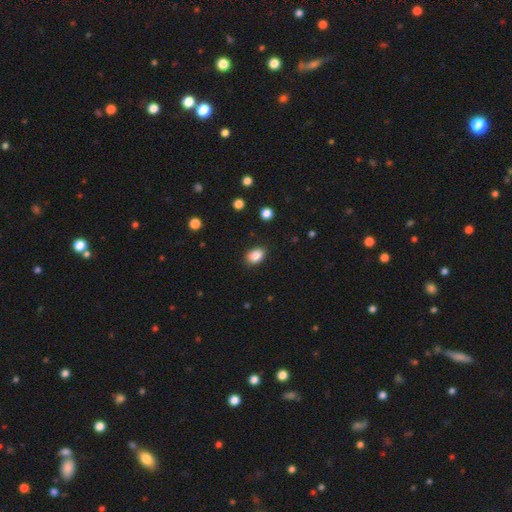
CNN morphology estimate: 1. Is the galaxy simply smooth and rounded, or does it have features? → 88% smooth, 8% star or artifact, 3% featured or disk.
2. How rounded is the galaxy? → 79% in between, 20% round, 1% cigar-shaped.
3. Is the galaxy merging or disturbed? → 86% none, 10% minor disturbance, 3% major disturbance, 1% merger.